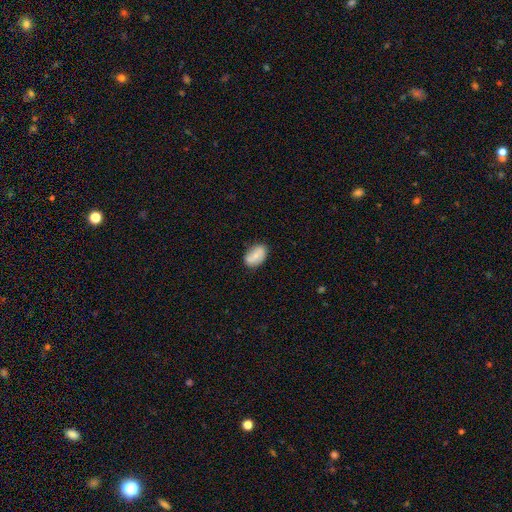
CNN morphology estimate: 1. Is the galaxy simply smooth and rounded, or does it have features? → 61% smooth, 32% featured or disk, 7% star or artifact.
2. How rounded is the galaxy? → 89% in between, 9% round, 2% cigar-shaped.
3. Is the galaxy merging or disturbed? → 77% none, 17% minor disturbance, 3% major disturbance, 2% merger.